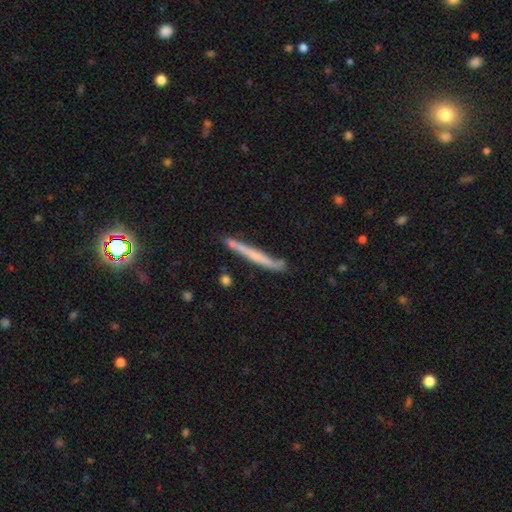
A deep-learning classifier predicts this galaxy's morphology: A smooth galaxy with no disk features (48%).

Vote fractions:
- Smooth or featured? smooth: 48% / featured or disk: 46% / star or artifact: 6%
- Merging? none: 73% / minor disturbance: 18% / merger: 6% / major disturbance: 3%